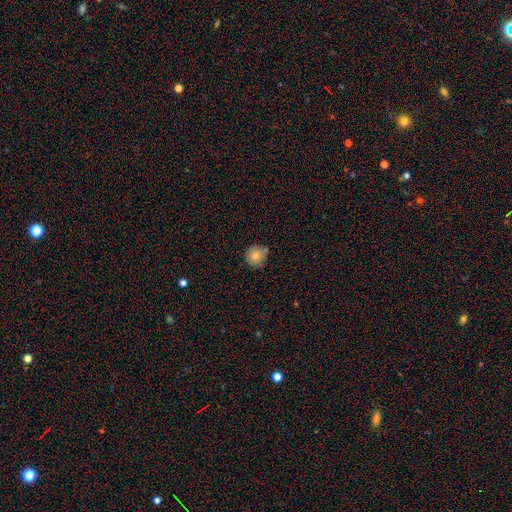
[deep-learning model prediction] smooth 79%, featured or disk 12%, star or artifact 9%. Down the decision tree: how rounded — round (89%); merging — none (73%).